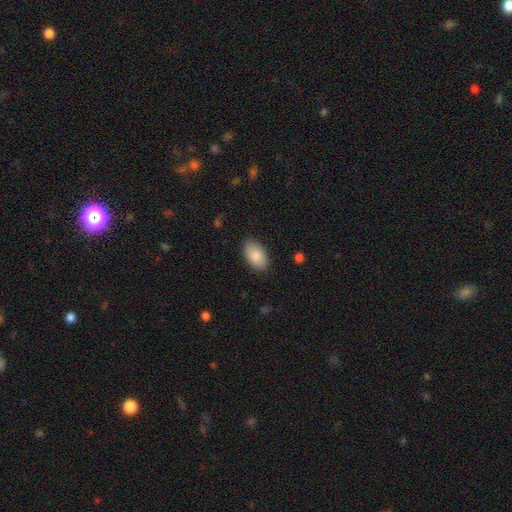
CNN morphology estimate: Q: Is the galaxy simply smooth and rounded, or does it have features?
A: smooth — 88%.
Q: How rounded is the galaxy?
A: in between — 94%.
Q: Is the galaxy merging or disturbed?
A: none — 85%.